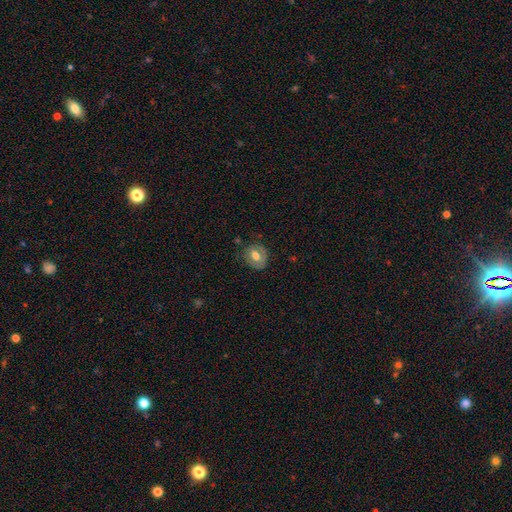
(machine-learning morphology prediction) Overall: smooth (58%; featured or disk 34%). How rounded: round (63%; in between 36%). Merging: none (73%).